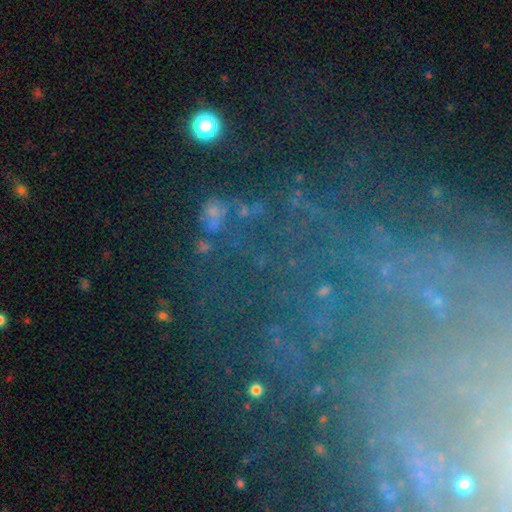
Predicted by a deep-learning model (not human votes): Smooth or featured: star or artifact — 48% (featured or disk — 30%)